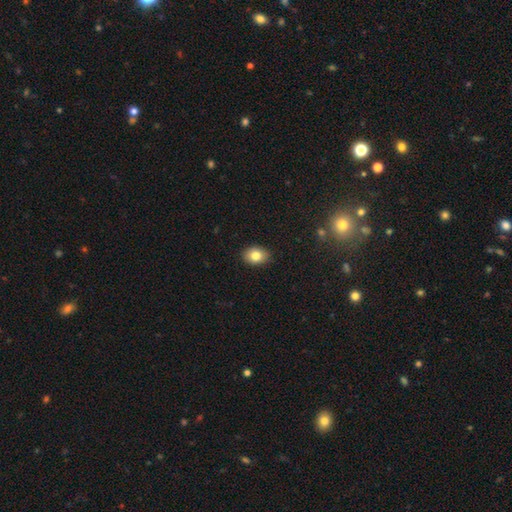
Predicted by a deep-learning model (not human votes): A smooth galaxy with no disk features (81%) that is in between round and cigar-shaped (67%). Merging: none (89%).